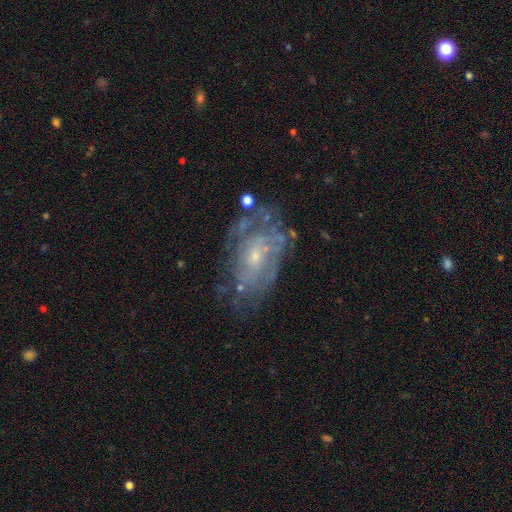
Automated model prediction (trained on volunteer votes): Smooth or featured: featured or disk — 72% (smooth — 19%)
Edge-on disk: no — 95% (yes — 5%)
Bar: no — 75% (weak — 21%)
Spiral arms: yes — 62% (no — 38%)
Bulge size: small — 66% (moderate — 28%)
Merging: none — 58% (minor disturbance — 23%)